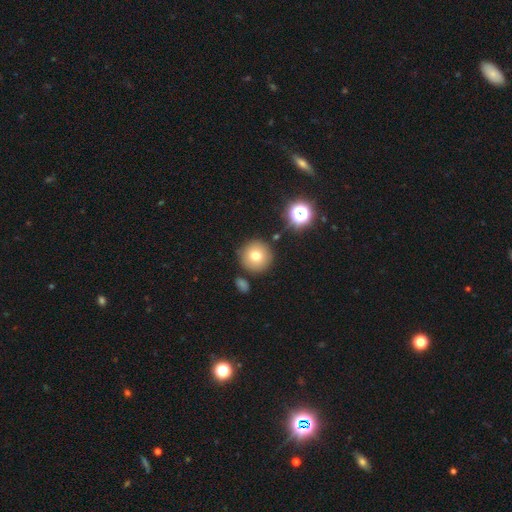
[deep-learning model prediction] This appears to be a smooth galaxy with no disk features (73%) that is round (96%). Merging: none (85%).